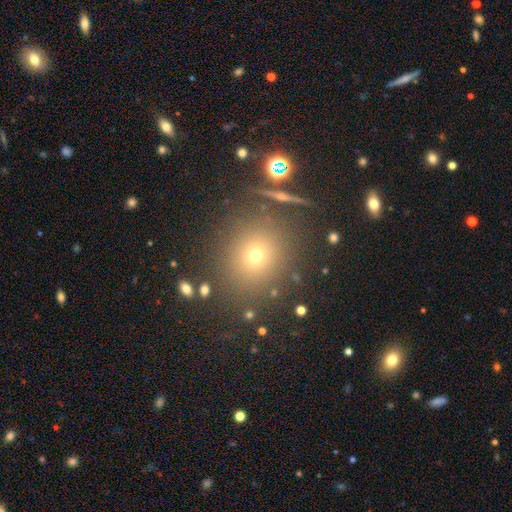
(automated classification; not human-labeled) Smooth or featured? Predicted: smooth (p=0.65). How rounded? Predicted: round (p=0.82). Merging? Predicted: none (p=0.84).